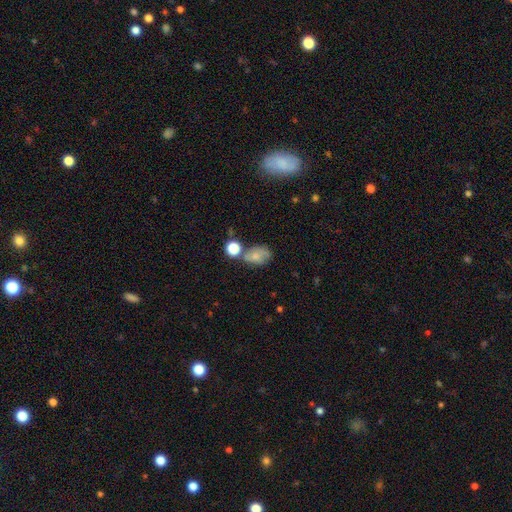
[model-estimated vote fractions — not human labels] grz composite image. It shows a smooth galaxy with no disk features (64%) that is in between round and cigar-shaped (73%). Merging: none (43%).